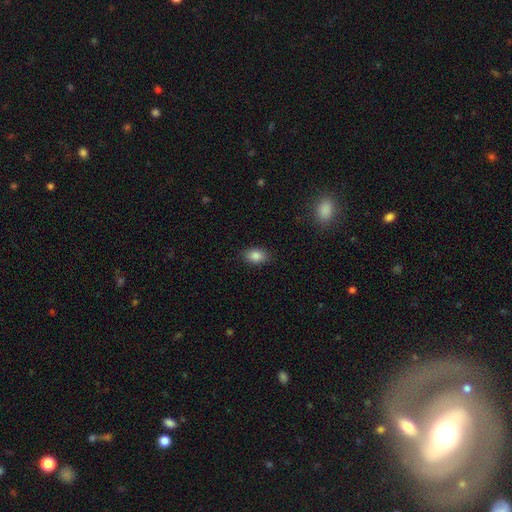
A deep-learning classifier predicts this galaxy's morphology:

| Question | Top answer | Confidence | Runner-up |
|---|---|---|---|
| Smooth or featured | smooth | 86% | star or artifact (8%) |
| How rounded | in between | 86% | round (12%) |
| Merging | none | 86% | minor disturbance (10%) |